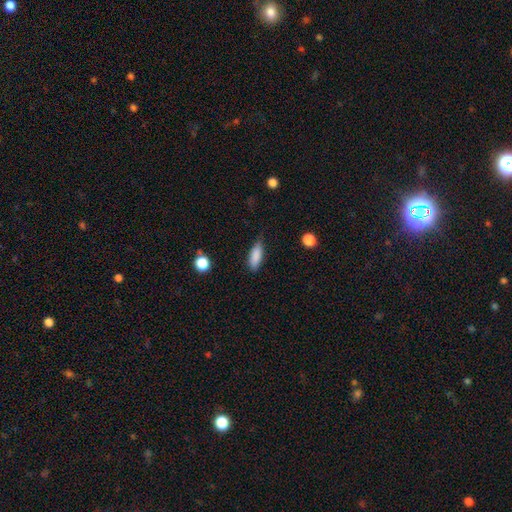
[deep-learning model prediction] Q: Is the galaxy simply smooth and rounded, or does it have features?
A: smooth — 86%.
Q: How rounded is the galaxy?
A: in between — 67%.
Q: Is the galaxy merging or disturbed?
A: none — 72%.